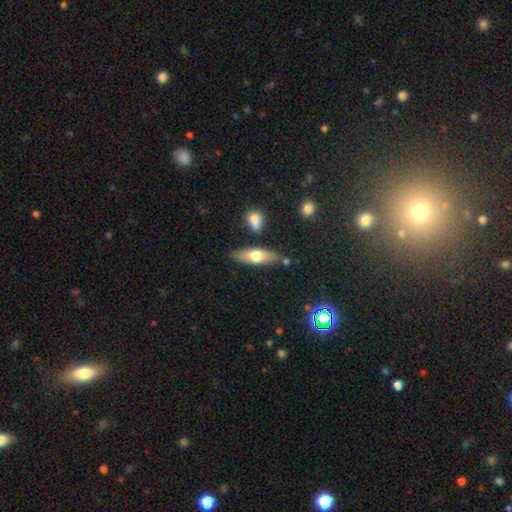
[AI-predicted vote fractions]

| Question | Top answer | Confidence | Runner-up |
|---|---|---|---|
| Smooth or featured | smooth | 57% | featured or disk (37%) |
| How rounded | in between | 54% | cigar-shaped (43%) |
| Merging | none | 78% | minor disturbance (13%) |